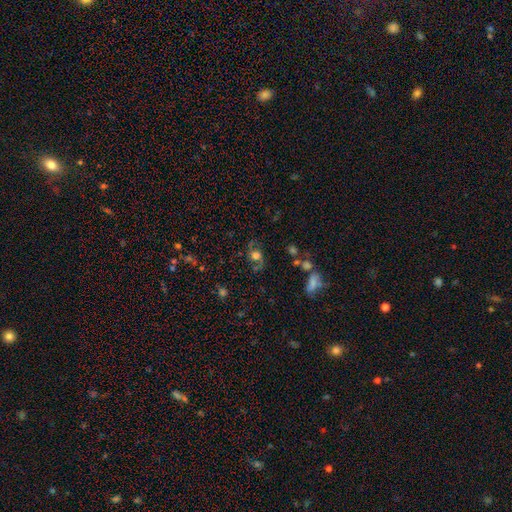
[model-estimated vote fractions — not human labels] This appears to be a smooth galaxy with no disk features (42%). Merging: none (61%).